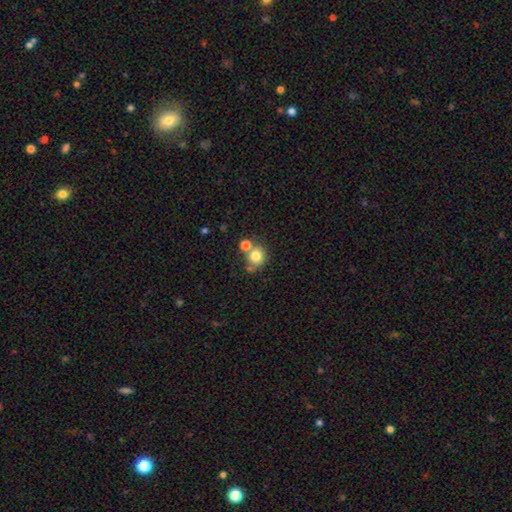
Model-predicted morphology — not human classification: This appears to be a smooth galaxy with no disk features (78%) that is round (79%). Merging: none (57%).